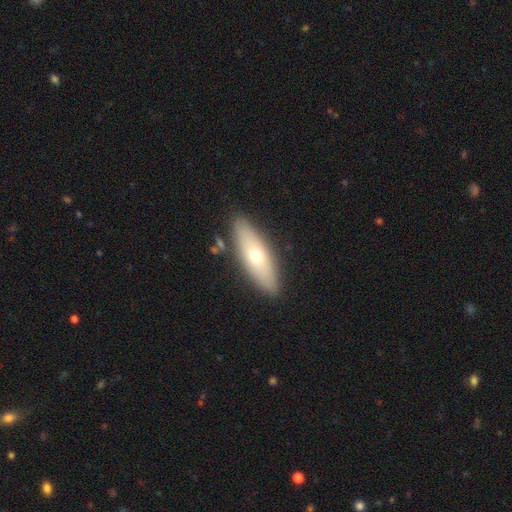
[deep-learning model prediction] smooth_or_featured: smooth (p=0.58) [alt: featured or disk p=0.35]
how_rounded: in between (p=0.56) [alt: cigar-shaped p=0.41]
merging: none (p=0.87) [alt: minor disturbance p=0.09]